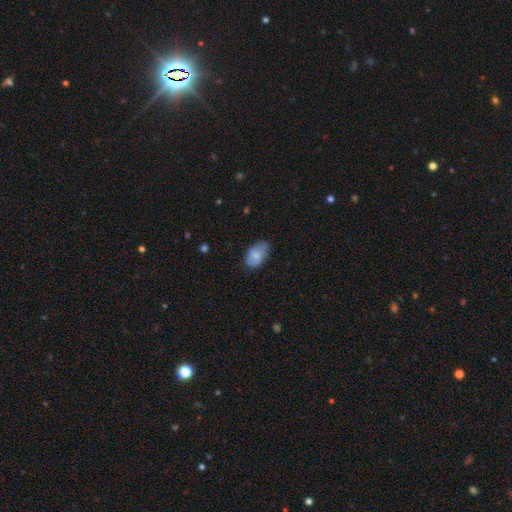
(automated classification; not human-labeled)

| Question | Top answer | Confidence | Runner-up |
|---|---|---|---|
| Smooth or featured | smooth | 76% | featured or disk (17%) |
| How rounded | in between | 91% | round (7%) |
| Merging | none | 67% | minor disturbance (27%) |